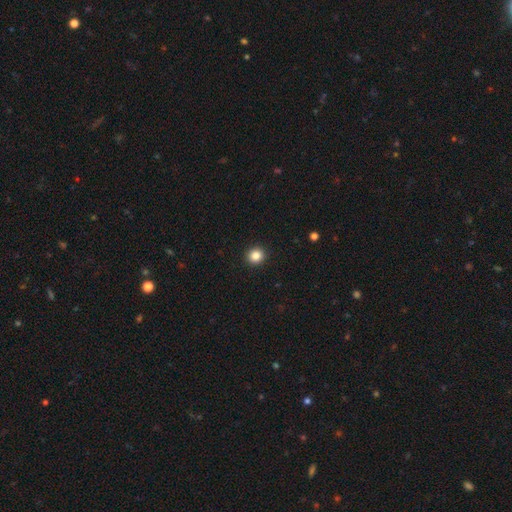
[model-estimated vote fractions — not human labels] Smooth or featured? Predicted: smooth (p=0.85). How rounded? Predicted: round (p=0.92). Merging? Predicted: none (p=0.93).